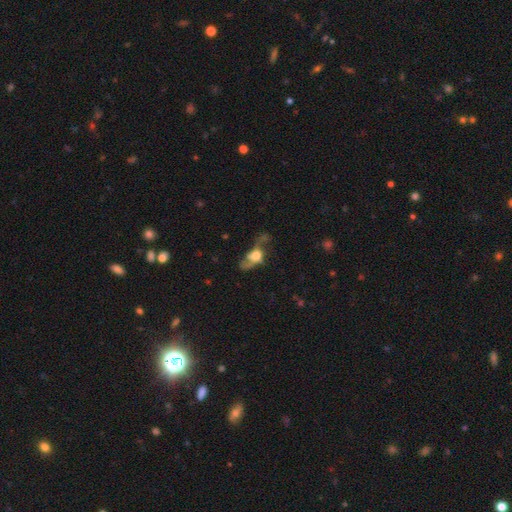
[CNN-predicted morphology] A featured or disk galaxy (56%).

Vote fractions:
- Smooth or featured? featured or disk: 56% / smooth: 33% / star or artifact: 11%
- Edge-on disk? no: 85% / yes: 15%
- Merging? major disturbance: 40% / none: 35% / minor disturbance: 18% / merger: 6%